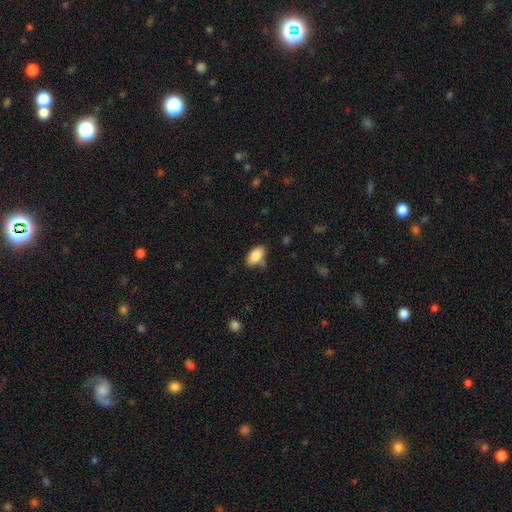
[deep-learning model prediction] smooth-or-featured: smooth: 86% | star or artifact: 7% | featured or disk: 7%
  how-rounded: in between: 93% | round: 4% | cigar-shaped: 3%
  merging: none: 71% | minor disturbance: 20% | merger: 5% | major disturbance: 4%